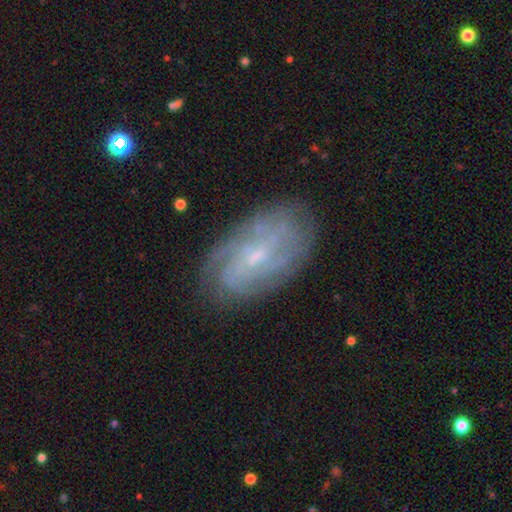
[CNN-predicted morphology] type=featured or disk (75%); edge-on=no (95%); bar=no (51%); spiral arms=yes (89%); winding=tight (59%); arm count=can't tell (51%); bulge=small (67%); merging=none (76%).